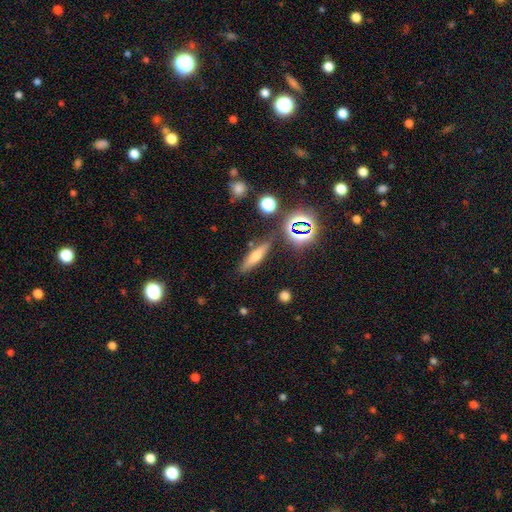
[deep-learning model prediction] smooth-or-featured: smooth: 53% | featured or disk: 29% | star or artifact: 18%
  how-rounded: cigar-shaped: 72% | in between: 22% | round: 6%
  merging: none: 80% | minor disturbance: 11% | merger: 5% | major disturbance: 4%